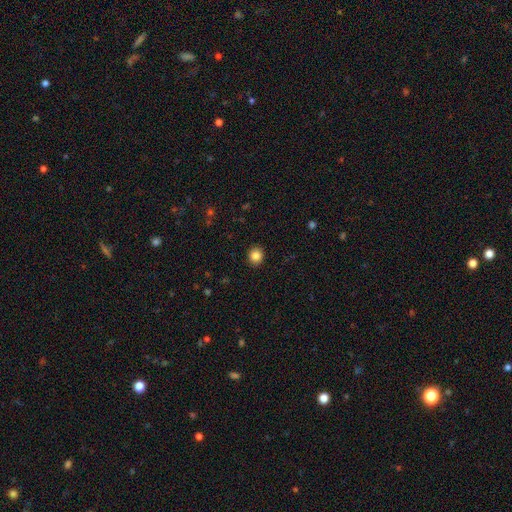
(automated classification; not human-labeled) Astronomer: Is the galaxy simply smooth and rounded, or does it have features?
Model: smooth — 86%.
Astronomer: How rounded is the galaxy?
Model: round — 82%.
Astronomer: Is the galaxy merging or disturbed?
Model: none — 92%.